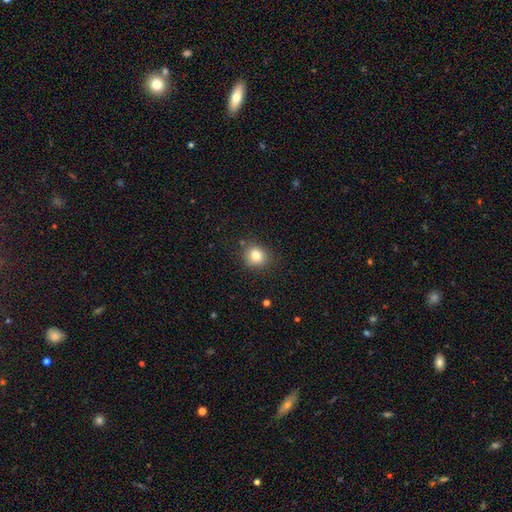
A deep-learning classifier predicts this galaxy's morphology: Smooth or featured? Predicted: smooth (p=0.81). How rounded? Predicted: round (p=0.79). Merging? Predicted: none (p=0.83).